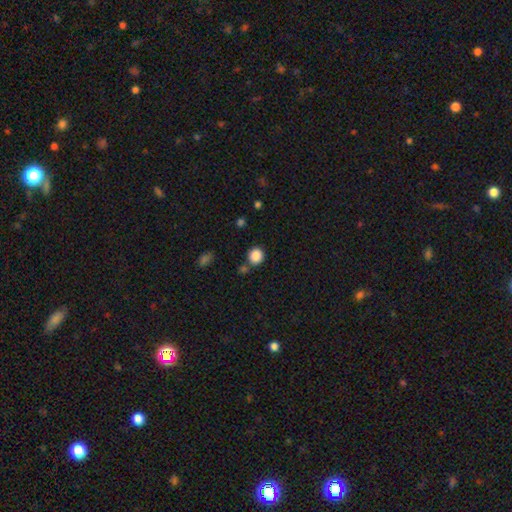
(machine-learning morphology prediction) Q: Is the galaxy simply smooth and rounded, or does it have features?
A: smooth — 87%.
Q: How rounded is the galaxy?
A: round — 89%.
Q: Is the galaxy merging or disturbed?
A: none — 76%.